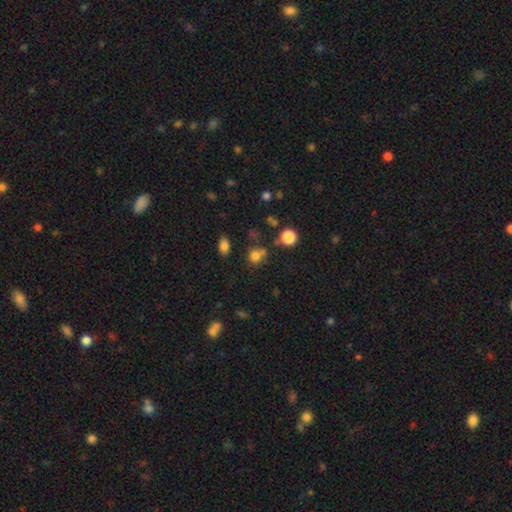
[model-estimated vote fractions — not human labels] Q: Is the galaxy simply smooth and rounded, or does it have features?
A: smooth — 76%.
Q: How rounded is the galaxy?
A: round — 79%.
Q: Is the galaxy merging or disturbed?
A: none — 61%.